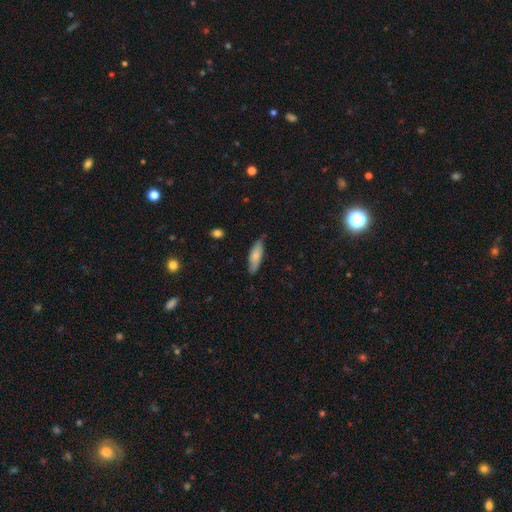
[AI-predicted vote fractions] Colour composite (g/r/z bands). It shows a smooth galaxy with no disk features (75%) that is in between round and cigar-shaped (54%). Merging: none (78%).